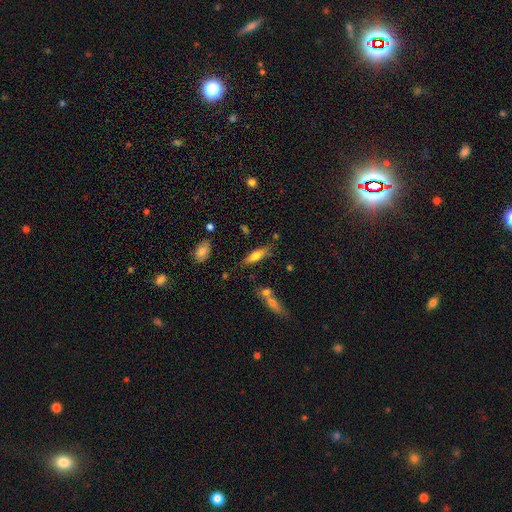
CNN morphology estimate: This is likely a smooth galaxy (60%). How rounded: possibly cigar-shaped (53%). Merging: likely none (72%).